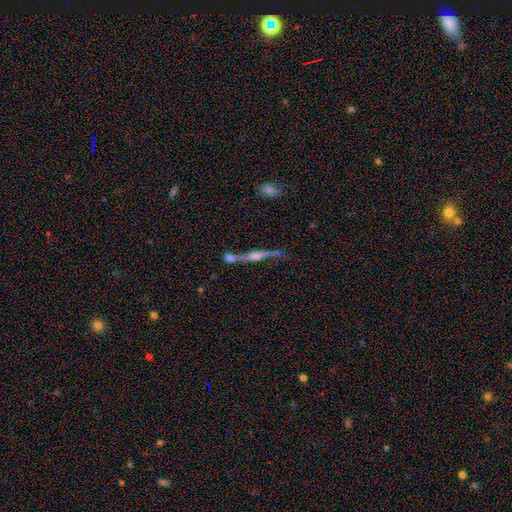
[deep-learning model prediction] smooth_or_featured: featured or disk (p=0.77) [alt: smooth p=0.14]
disk_edge_on: yes (p=0.88) [alt: no p=0.12]
edge_on_bulge: rounded (p=0.80) [alt: boxy p=0.11]
merging: none (p=0.51) [alt: merger p=0.27]